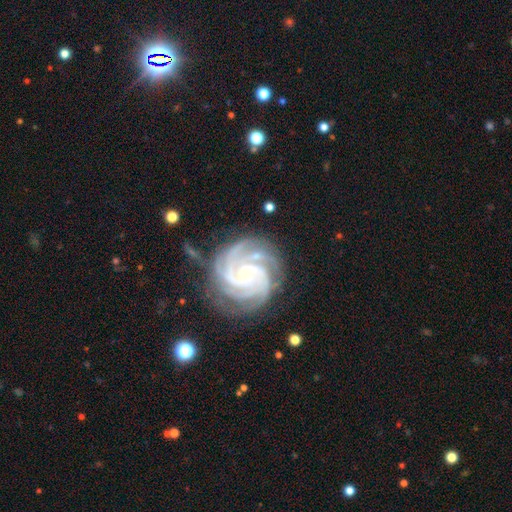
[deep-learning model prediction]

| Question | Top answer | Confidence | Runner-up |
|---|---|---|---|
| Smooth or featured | featured or disk | 91% | star or artifact (6%) |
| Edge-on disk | no | 98% | yes (2%) |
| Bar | no | 62% | weak (24%) |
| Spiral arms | yes | 99% | no (1%) |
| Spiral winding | tight | 79% | medium (19%) |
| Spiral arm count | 4 | 38% | 3 (28%) |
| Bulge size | small | 76% | moderate (20%) |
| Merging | none | 80% | minor disturbance (14%) |